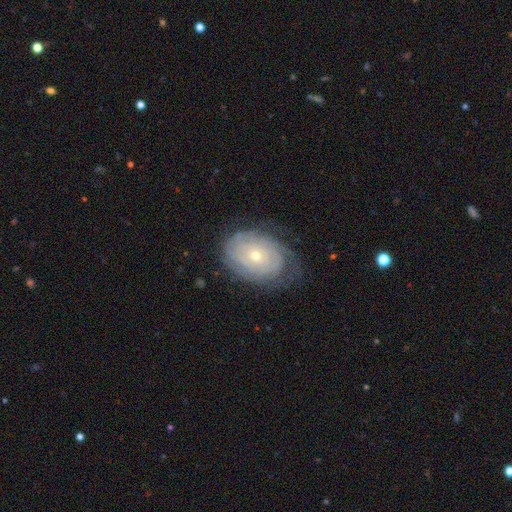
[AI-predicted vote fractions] A featured or disk galaxy (74%) with no bar (83%), tight (79%) spiral arms (87%) and a small central bulge (67%). Merging: none (69%).